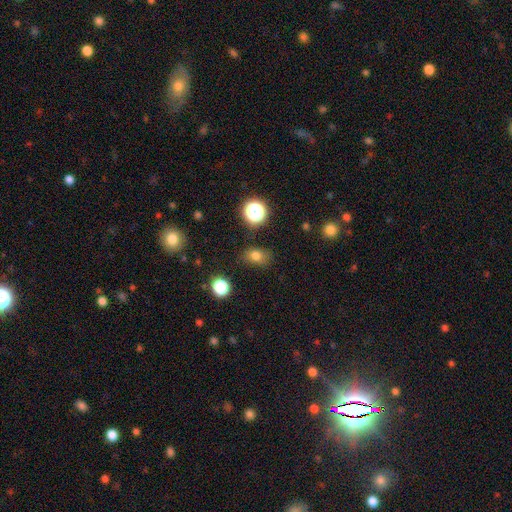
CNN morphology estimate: This appears to be a smooth galaxy with no disk features (76%) that is in between round and cigar-shaped (67%). Merging: none (79%).